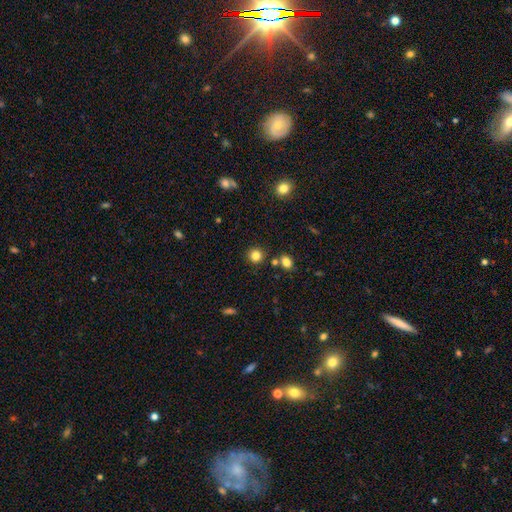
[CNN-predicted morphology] smooth 83%, star or artifact 12%, featured or disk 5%. Down the decision tree: how rounded — round (91%); merging — none (85%).